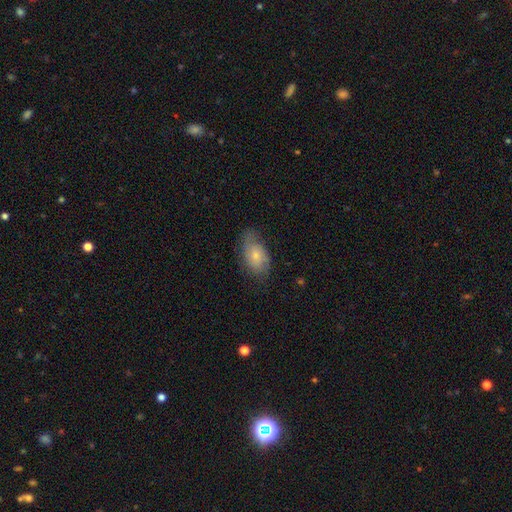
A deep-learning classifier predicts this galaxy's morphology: smooth-or-featured: smooth: 63% | featured or disk: 30% | star or artifact: 7%
  how-rounded: in between: 90% | round: 8% | cigar-shaped: 2%
  merging: none: 59% | minor disturbance: 28% | major disturbance: 11% | merger: 1%